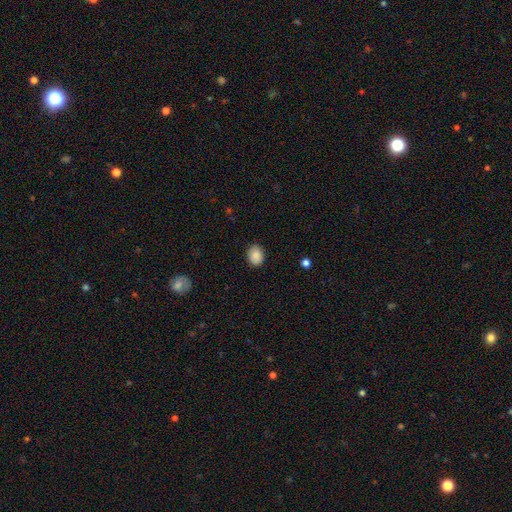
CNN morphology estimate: This appears to be a smooth galaxy with no disk features (88%) that is in between round and cigar-shaped (54%). Merging: none (85%).